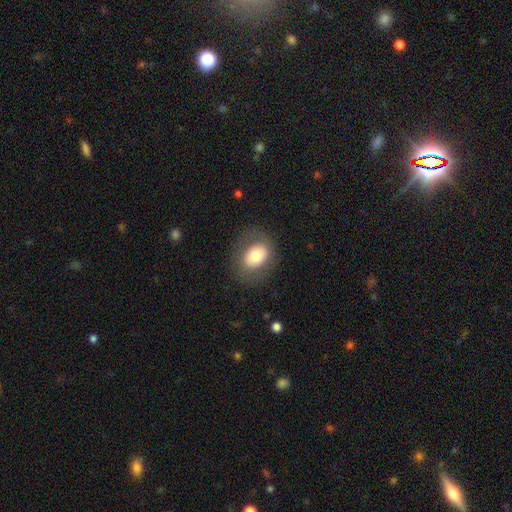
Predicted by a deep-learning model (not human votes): Smooth or featured: smooth — 71% (featured or disk — 21%)
How rounded: in between — 63% (round — 36%)
Merging: none — 80% (minor disturbance — 12%)